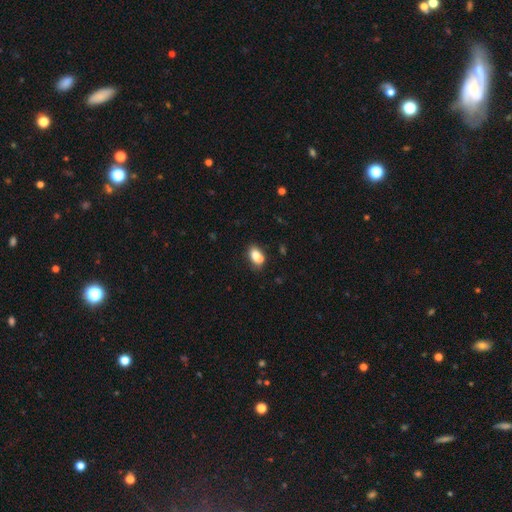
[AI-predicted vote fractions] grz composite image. It shows a smooth galaxy with no disk features (80%) that is in between round and cigar-shaped (83%). Merging: none (53%).